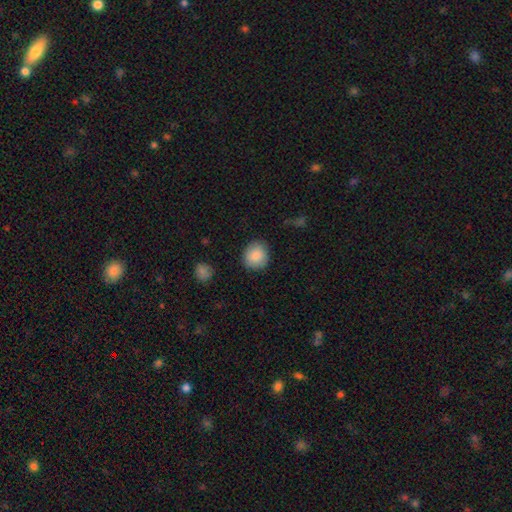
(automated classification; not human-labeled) smooth 87%, star or artifact 7%, featured or disk 6%. Down the decision tree: how rounded — round (82%); merging — none (85%).